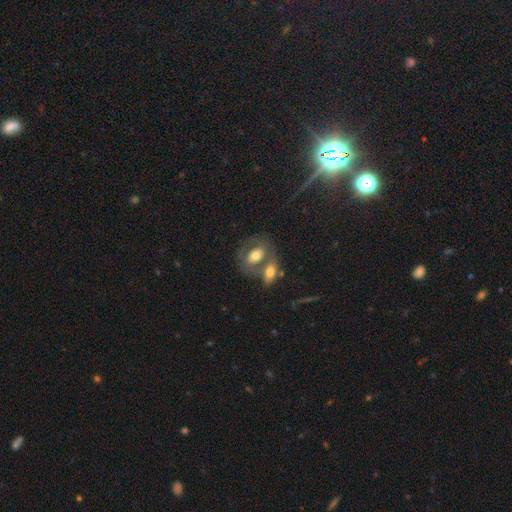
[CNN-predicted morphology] Q: Smooth or featured?
A: smooth (52%); runner-up: featured or disk (40%)
Q: How rounded?
A: in between (72%); runner-up: round (26%)
Q: Merging?
A: merger (46%); runner-up: none (37%)